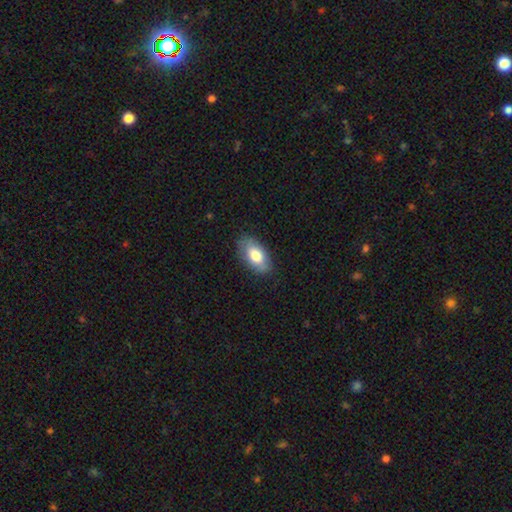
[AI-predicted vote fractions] Q: Smooth or featured?
A: smooth (76%); runner-up: featured or disk (17%)
Q: How rounded?
A: in between (93%); runner-up: cigar-shaped (4%)
Q: Merging?
A: none (83%); runner-up: minor disturbance (13%)